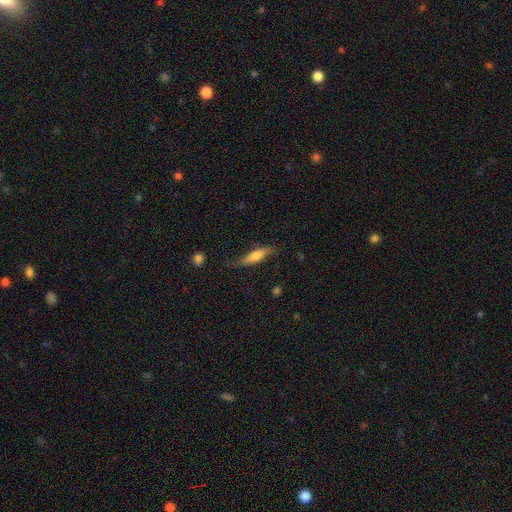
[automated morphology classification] smooth 55%, featured or disk 39%, star or artifact 6%. Down the decision tree: how rounded — cigar-shaped (70%); merging — none (66%).